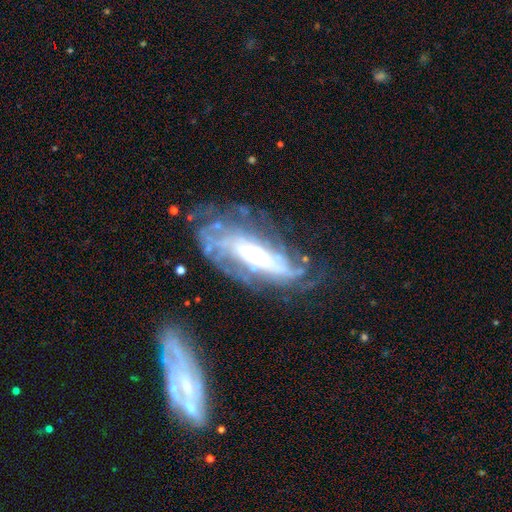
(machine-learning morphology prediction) Smooth or featured? featured or disk (83%)
Edge-on disk? no (85%)
Bar? no (53%)
Spiral arms? yes (87%)
Spiral winding? tight (60%)
Spiral arm count? can't tell (53%)
Bulge size? moderate (47%)
Merging? none (59%)